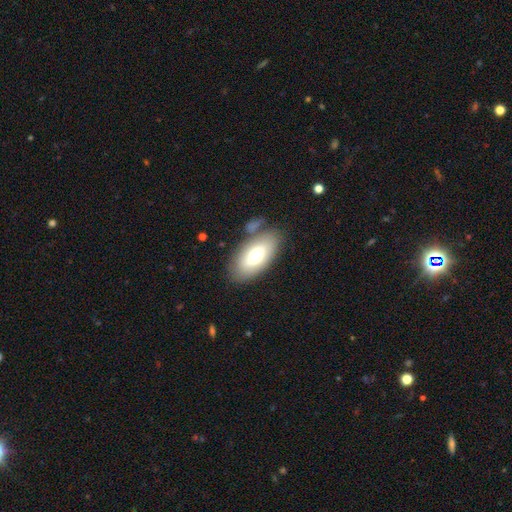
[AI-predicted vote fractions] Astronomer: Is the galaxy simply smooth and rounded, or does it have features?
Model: smooth — 68%.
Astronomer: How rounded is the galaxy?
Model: in between — 92%.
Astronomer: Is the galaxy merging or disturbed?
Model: none — 71%.